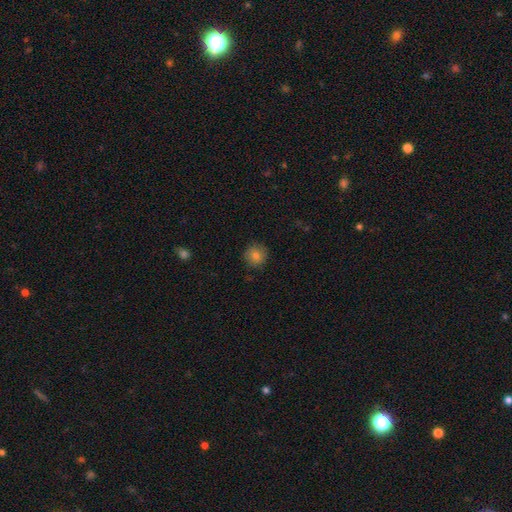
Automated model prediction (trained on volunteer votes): A smooth galaxy with no disk features (79%) that is round (92%).

Vote fractions:
- Smooth or featured? smooth: 79% / featured or disk: 11% / star or artifact: 10%
- How rounded? round: 92% / in between: 7% / cigar-shaped: 1%
- Merging? none: 86% / minor disturbance: 10% / major disturbance: 2% / merger: 1%